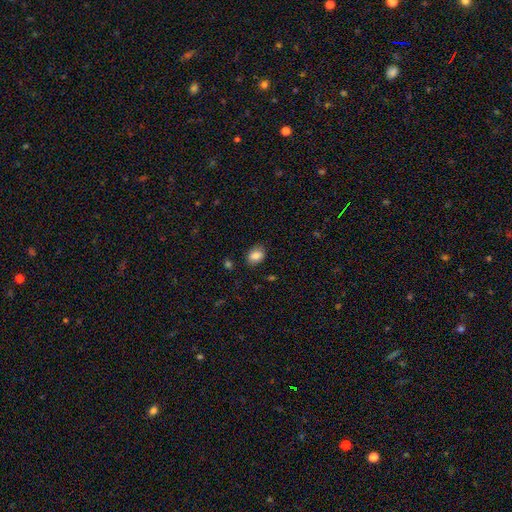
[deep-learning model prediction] Smooth or featured? smooth (83%)
How rounded? in between (70%)
Merging? none (84%)